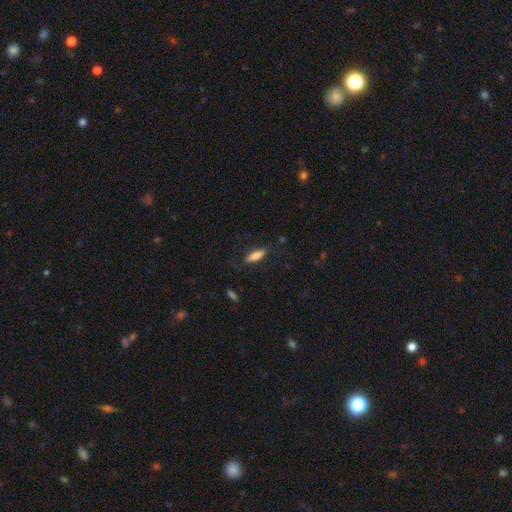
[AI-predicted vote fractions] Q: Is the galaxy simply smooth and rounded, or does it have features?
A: smooth — 77%.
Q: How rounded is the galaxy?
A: in between — 51%.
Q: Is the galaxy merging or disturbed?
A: none — 79%.